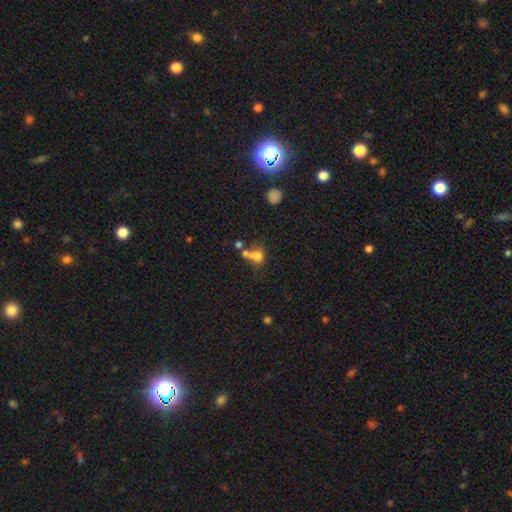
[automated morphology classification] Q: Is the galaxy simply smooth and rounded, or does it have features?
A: smooth — 68%.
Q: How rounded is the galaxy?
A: round — 57%.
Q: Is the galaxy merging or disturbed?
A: merger — 46%.